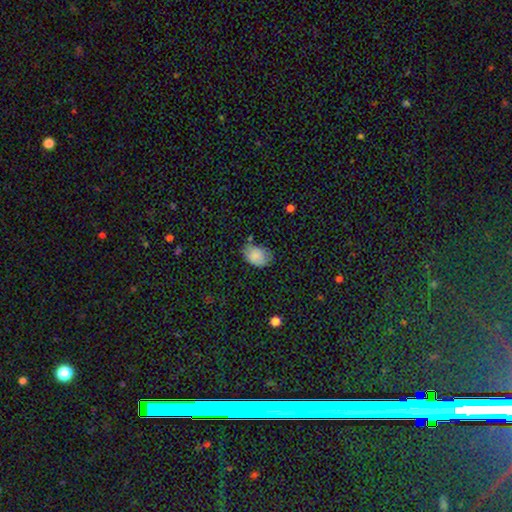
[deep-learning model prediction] The model was most divided on "merging": none: 64%, minor disturbance: 27%, major disturbance: 6%, merger: 3%. More confident: smooth or featured — smooth (82%); how rounded — in between (81%).